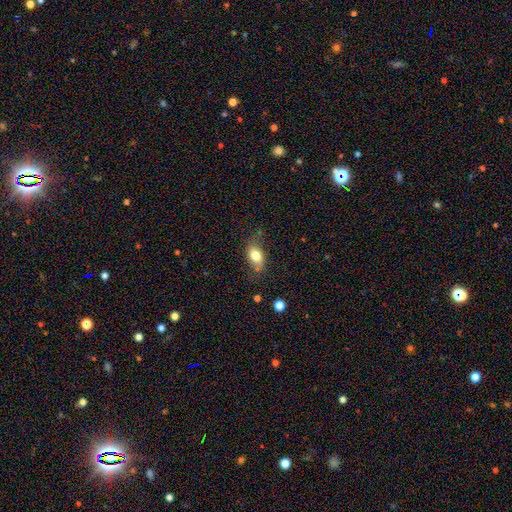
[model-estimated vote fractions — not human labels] This is likely a smooth galaxy (77%). How rounded: clearly in between (85%). Merging: likely none (68%).